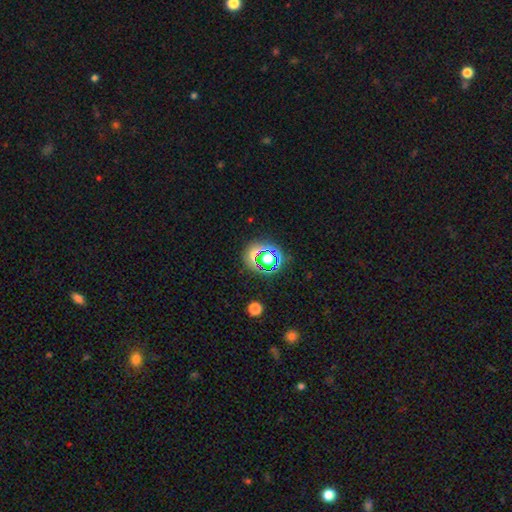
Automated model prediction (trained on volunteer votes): smooth_or_featured: star or artifact (p=0.51) [alt: smooth p=0.37]